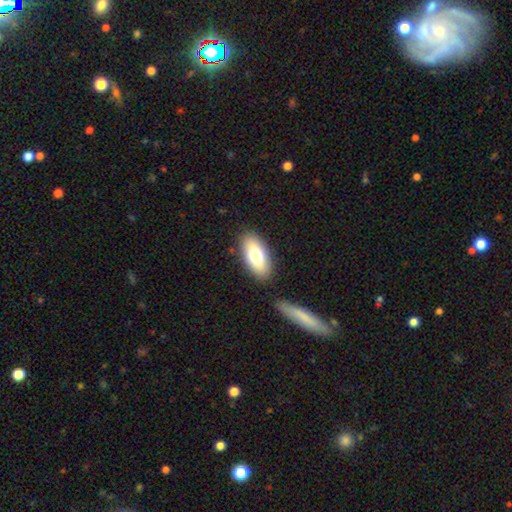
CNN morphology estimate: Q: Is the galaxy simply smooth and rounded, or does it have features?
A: smooth — 73%.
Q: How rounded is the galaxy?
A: in between — 88%.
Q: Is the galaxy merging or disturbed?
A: none — 84%.